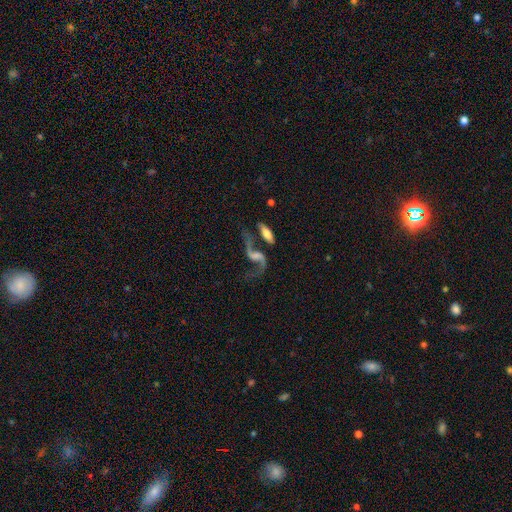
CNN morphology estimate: Smooth or featured? Predicted: featured or disk (p=0.78). Edge-on disk? Predicted: no (p=0.93). Bar? Predicted: no (p=0.46). Spiral arms? Predicted: yes (p=0.88). Spiral winding? Predicted: loose (p=0.85). Spiral arm count? Predicted: 2 (p=0.82). Bulge size? Predicted: none (p=0.34). Merging? Predicted: none (p=0.37).